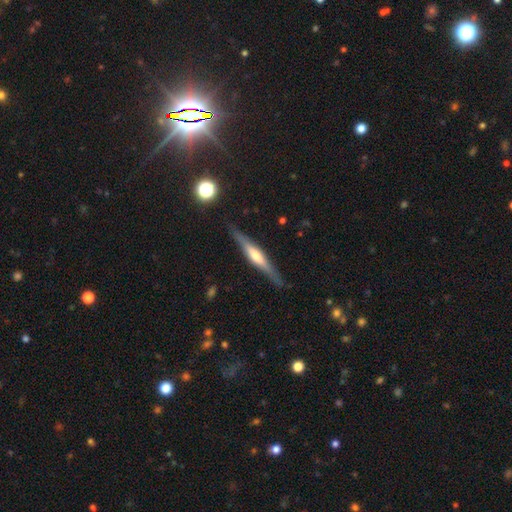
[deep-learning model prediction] smooth-or-featured: featured or disk: 68% | smooth: 27% | star or artifact: 5%
  disk-edge-on: yes: 96% | no: 4%
    edge-on-bulge: rounded: 69% | boxy: 18% | none: 13%
  merging: none: 87% | minor disturbance: 10% | major disturbance: 2% | merger: 1%